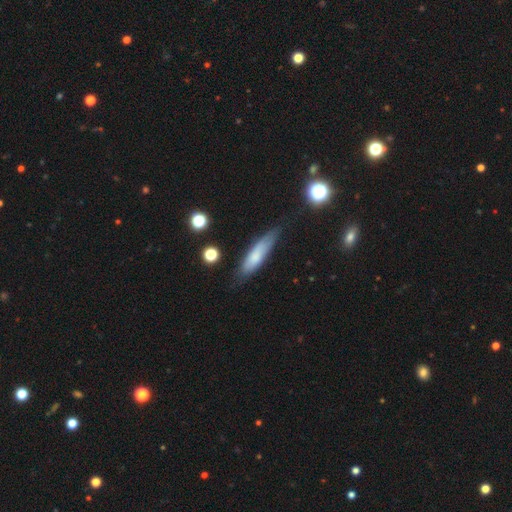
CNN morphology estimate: A smooth galaxy with no disk features (71%) that is cigar-shaped (68%).

Vote fractions:
- Smooth or featured? smooth: 71% / featured or disk: 22% / star or artifact: 7%
- How rounded? cigar-shaped: 68% / in between: 30% / round: 2%
- Merging? none: 70% / minor disturbance: 23% / major disturbance: 5% / merger: 2%